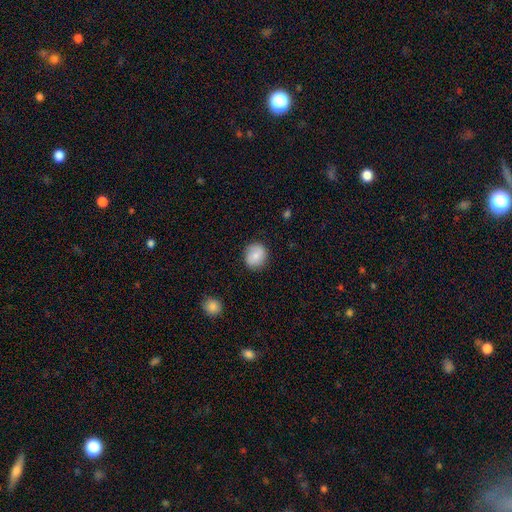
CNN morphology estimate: This is clearly a smooth galaxy (81%). How rounded: clearly round (82%). Merging: clearly none (86%).